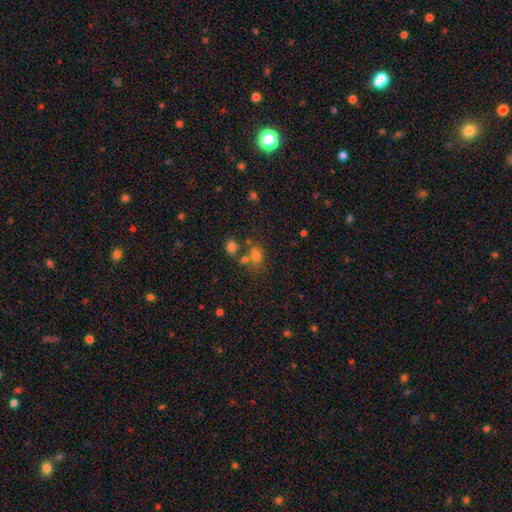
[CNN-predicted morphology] Q: Smooth or featured?
A: smooth (72%); runner-up: star or artifact (17%)
Q: How rounded?
A: in between (65%); runner-up: round (33%)
Q: Merging?
A: none (50%); runner-up: merger (30%)